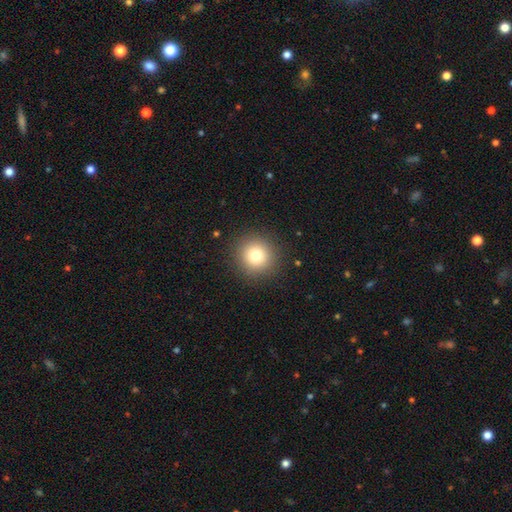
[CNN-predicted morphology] This appears to be a smooth galaxy with no disk features (78%) that is round (94%). Merging: none (91%).